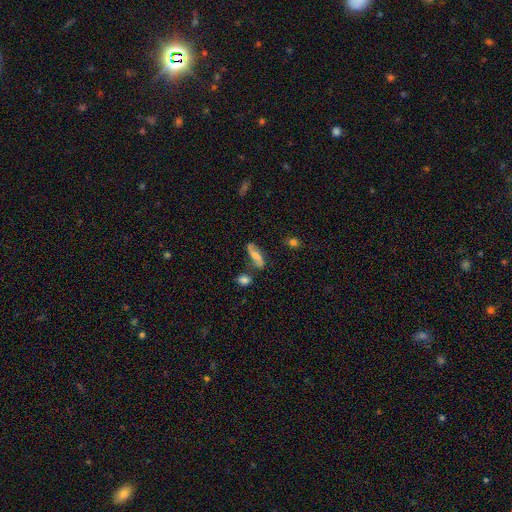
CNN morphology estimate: Smooth or featured? featured or disk (56%)
Edge-on disk? no (83%)
Merging? none (65%)